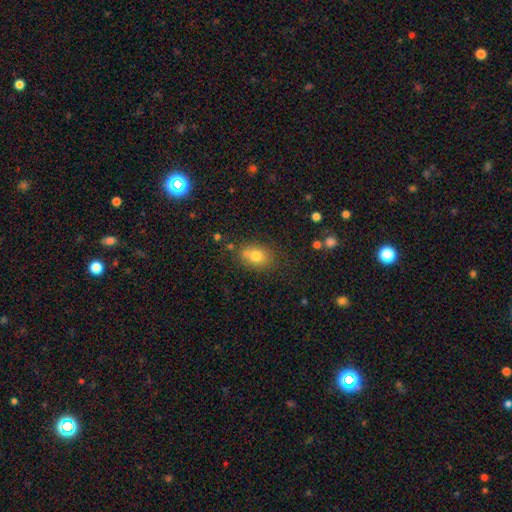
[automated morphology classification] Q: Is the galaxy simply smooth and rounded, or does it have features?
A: smooth — 76%.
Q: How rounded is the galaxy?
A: in between — 60%.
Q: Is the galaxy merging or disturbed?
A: none — 65%.